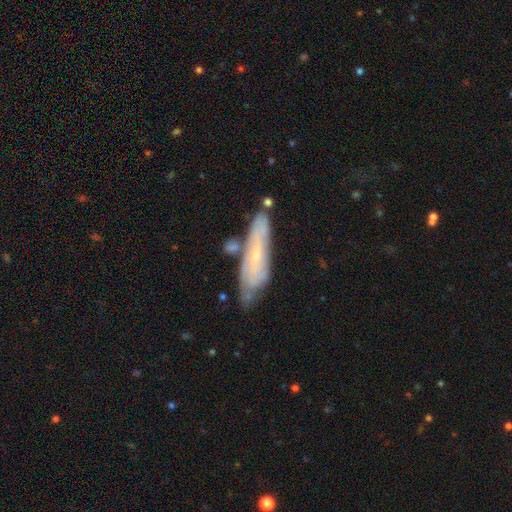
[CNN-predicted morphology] type=featured or disk (60%); edge-on=no (66%); merging=none (59%).